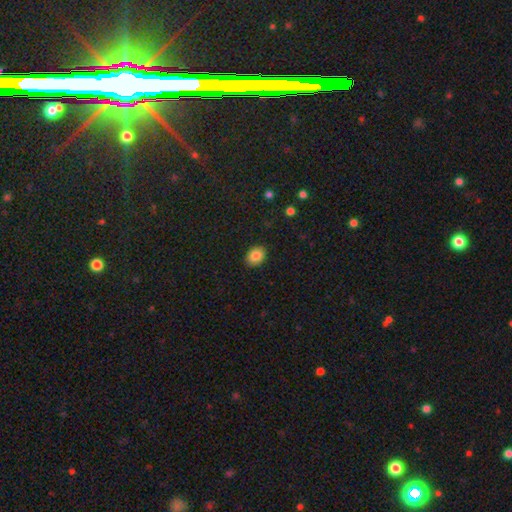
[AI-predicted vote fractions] Overall: smooth (85%). How rounded: in between (66%; round 33%). Merging: none (89%).